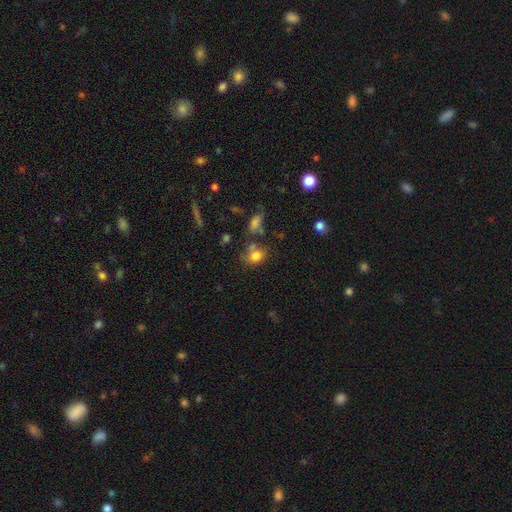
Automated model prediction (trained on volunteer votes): Smooth or featured? smooth (77%)
How rounded? in between (52%)
Merging? none (49%)